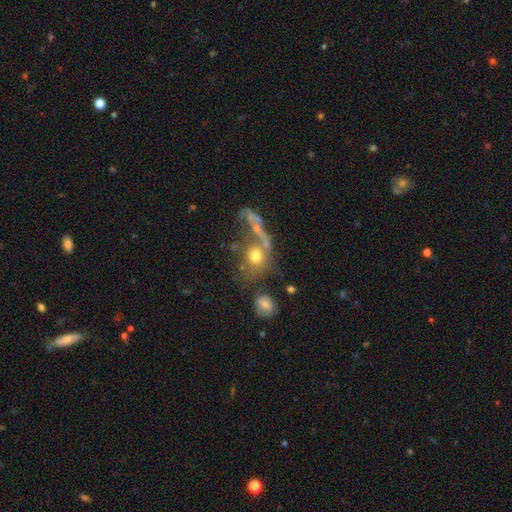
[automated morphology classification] smooth-or-featured: smooth: 64% | featured or disk: 22% | star or artifact: 14%
  how-rounded: round: 77% | in between: 20% | cigar-shaped: 3%
  merging: none: 37% | merger: 35% | major disturbance: 17% | minor disturbance: 12%